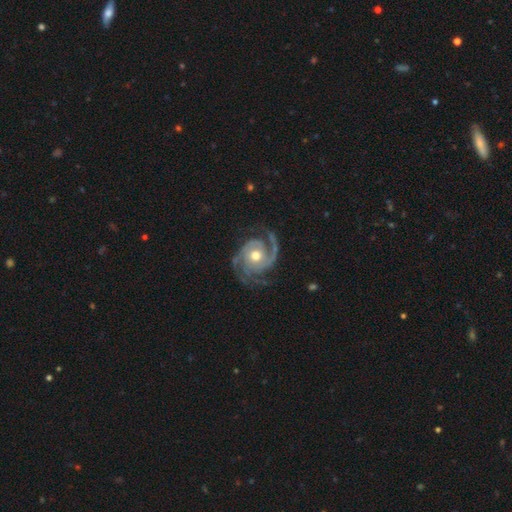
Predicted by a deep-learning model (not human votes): Smooth or featured?
  - featured or disk: 92% *
  - smooth: 4%
  - star or artifact: 4%
Edge-on disk?
  - no: 98% *
  - yes: 2%
Bar?
  - no: 76% *
  - weak: 19%
  - strong: 5%
Spiral arms?
  - yes: 98% *
  - no: 2%
Spiral winding?
  - tight: 46% *
  - medium: 43%
  - loose: 11%
Spiral arm count?
  - 2: 39% *
  - 3: 34%
  - can't tell: 9%
  - 4: 7%
  - 1: 6%
  - more than 4: 5%
Bulge size?
  - moderate: 76% *
  - small: 12%
  - large: 10%
  - none: 1%
  - dominant: 1%
Merging?
  - none: 72% *
  - minor disturbance: 17%
  - major disturbance: 9%
  - merger: 1%